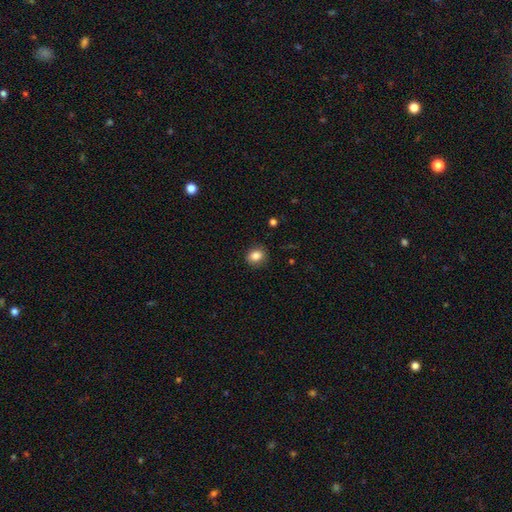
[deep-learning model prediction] The model was most divided on "how rounded": round: 63%, in between: 36%, cigar-shaped: 1%. More confident: merging — none (87%); smooth or featured — smooth (85%).